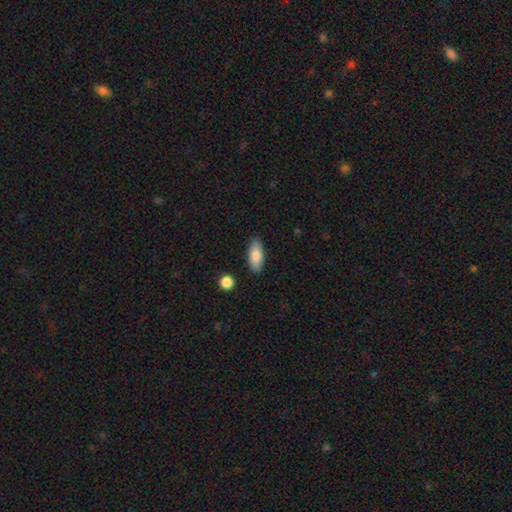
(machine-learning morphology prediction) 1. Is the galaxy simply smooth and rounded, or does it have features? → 83% smooth, 10% featured or disk, 6% star or artifact.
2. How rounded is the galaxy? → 85% in between, 13% cigar-shaped, 3% round.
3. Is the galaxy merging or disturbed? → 84% none, 11% minor disturbance, 2% major disturbance, 2% merger.